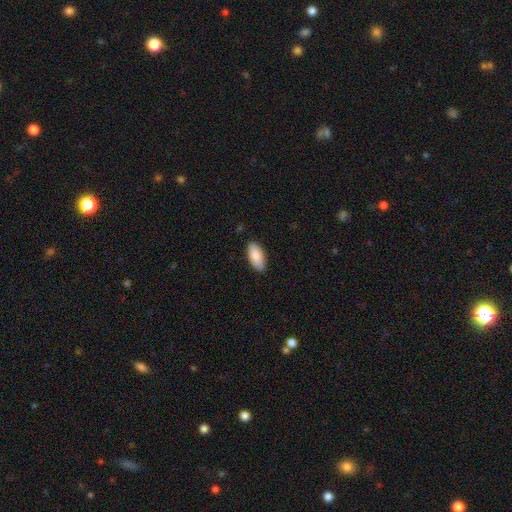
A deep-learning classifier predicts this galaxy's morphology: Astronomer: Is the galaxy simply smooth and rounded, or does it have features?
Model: smooth — 87%.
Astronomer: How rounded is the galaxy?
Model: in between — 92%.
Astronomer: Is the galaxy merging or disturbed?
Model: none — 86%.